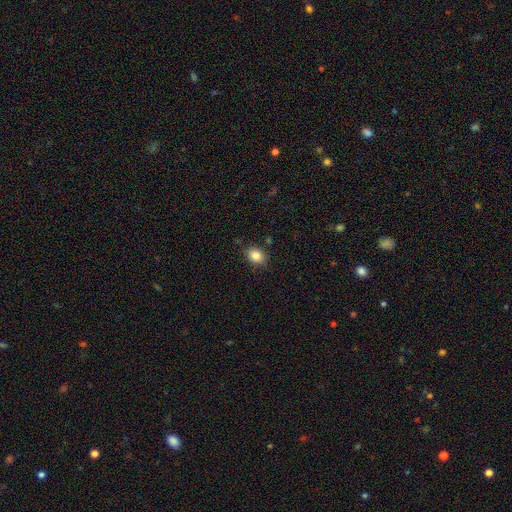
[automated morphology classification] This is clearly a smooth galaxy (85%). How rounded: possibly in between (58%). Merging: clearly none (85%).